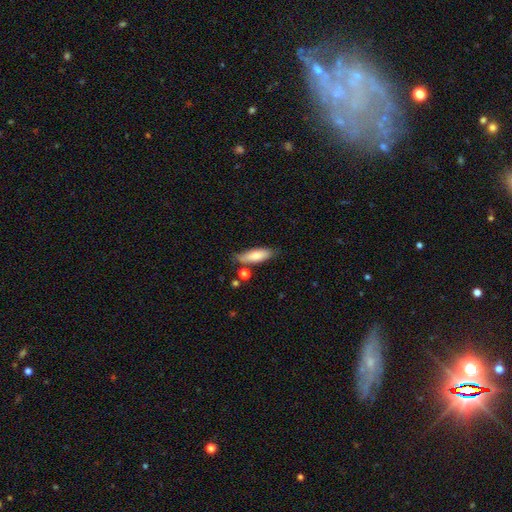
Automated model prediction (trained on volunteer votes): The model was most divided on "how rounded": in between: 57%, cigar-shaped: 41%, round: 2%. More confident: smooth or featured — smooth (78%); merging — none (70%).